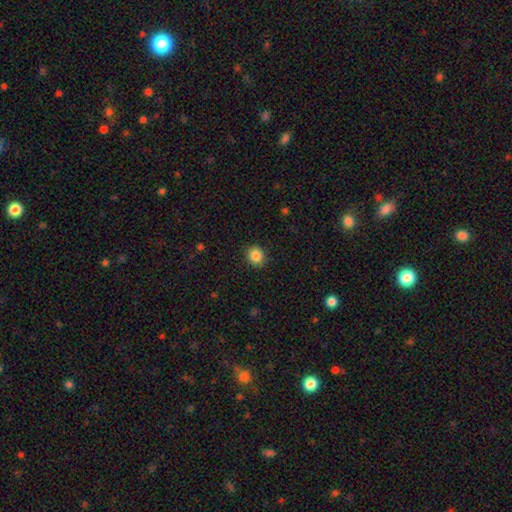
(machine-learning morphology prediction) Smooth or featured? smooth (86%)
How rounded? round (77%)
Merging? none (90%)